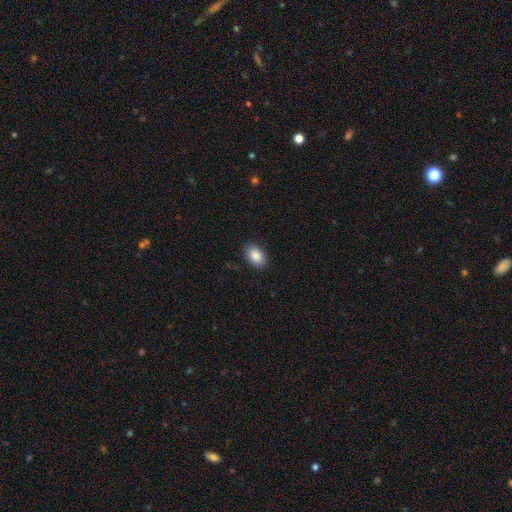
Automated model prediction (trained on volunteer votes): The model was most divided on "how rounded": in between: 88%, round: 11%, cigar-shaped: 1%. More confident: smooth or featured — smooth (88%); merging — none (88%).